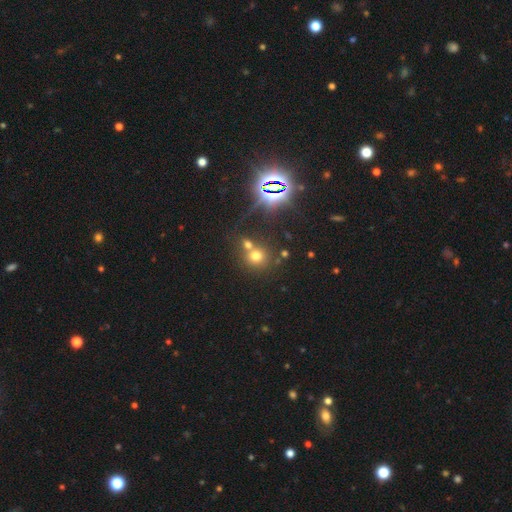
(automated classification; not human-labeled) Q: Smooth or featured?
A: smooth (64%); runner-up: star or artifact (24%)
Q: How rounded?
A: round (84%); runner-up: in between (15%)
Q: Merging?
A: none (46%); runner-up: merger (42%)